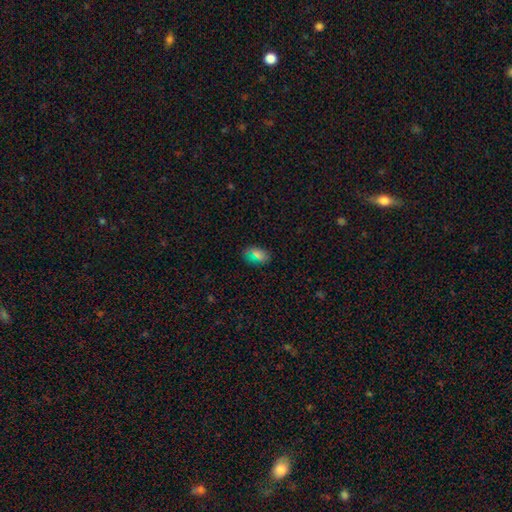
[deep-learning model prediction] This appears to be a smooth galaxy with no disk features (73%) that is in between round and cigar-shaped (90%). Merging: none (82%).